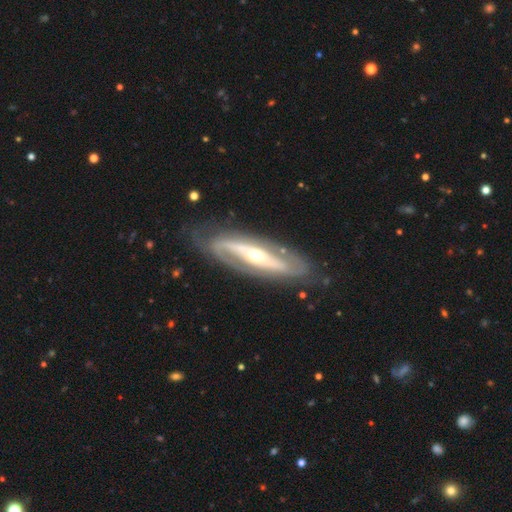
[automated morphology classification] A featured or disk galaxy (84%) with no bar (41%), 2 (80%) medium (39%) spiral arms (81%) and a moderate central bulge (51%).

Vote fractions:
- Smooth or featured? featured or disk: 84% / smooth: 11% / star or artifact: 5%
- Edge-on disk? no: 82% / yes: 18%
- Bar? no: 41% / strong: 37% / weak: 22%
- Spiral arms? yes: 81% / no: 19%
- Spiral winding? medium: 39% / tight: 36% / loose: 25%
- Spiral arm count? 2: 80% / can't tell: 12% / 1: 4% / 3: 2% / 4: 1% / more than 4: 1%
- Bulge size? moderate: 51% / small: 43% / large: 4% / dominant: 1% / none: 1%
- Merging? none: 77% / minor disturbance: 14% / major disturbance: 7% / merger: 2%